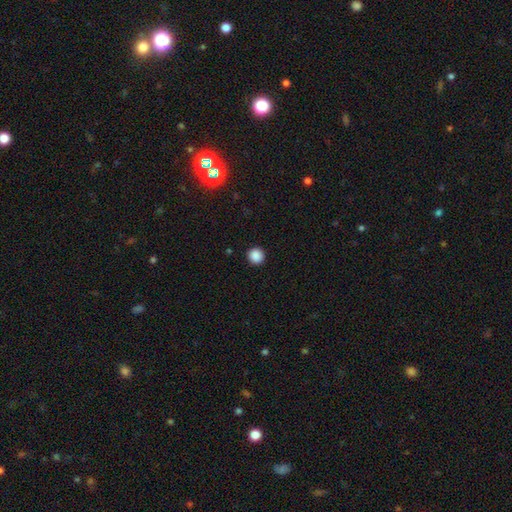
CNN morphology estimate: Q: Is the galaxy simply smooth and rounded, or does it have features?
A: smooth — 88%.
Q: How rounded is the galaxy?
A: round — 95%.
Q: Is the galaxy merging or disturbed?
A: none — 93%.